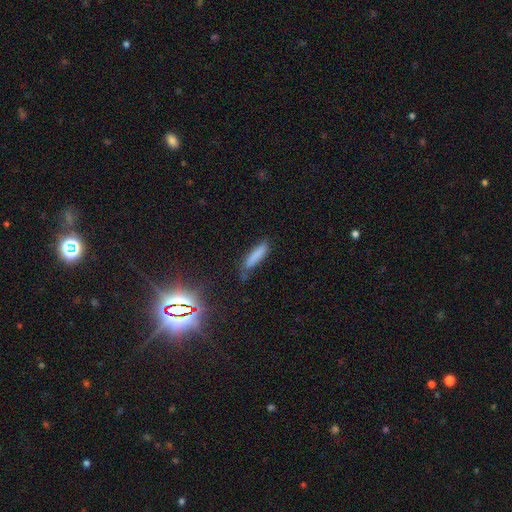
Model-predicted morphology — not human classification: The model was most divided on "merging": none: 65%, minor disturbance: 25%, major disturbance: 6%, merger: 4%. More confident: smooth or featured — smooth (80%); how rounded — cigar-shaped (80%).